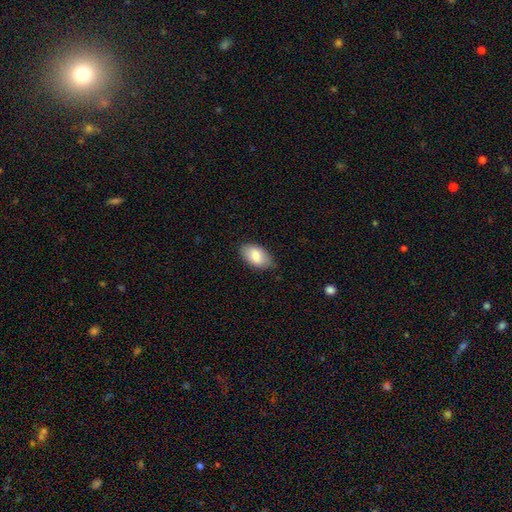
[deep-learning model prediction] The model was most divided on "merging": none: 78%, minor disturbance: 18%, major disturbance: 3%, merger: 1%. More confident: how rounded — in between (94%); smooth or featured — smooth (81%).